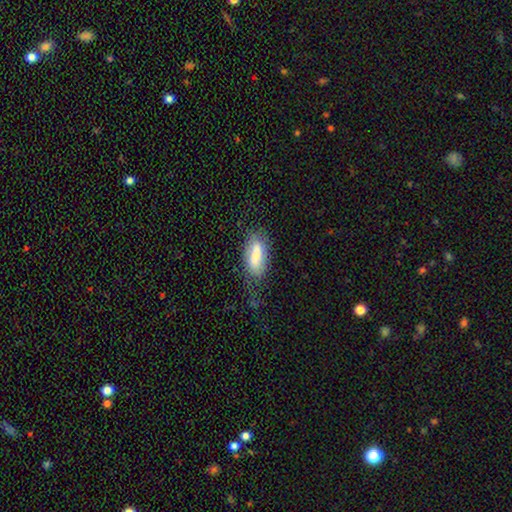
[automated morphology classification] The model was most divided on "merging": none: 56%, minor disturbance: 28%, major disturbance: 13%, merger: 4%. More confident: how rounded — in between (83%); smooth or featured — smooth (68%).